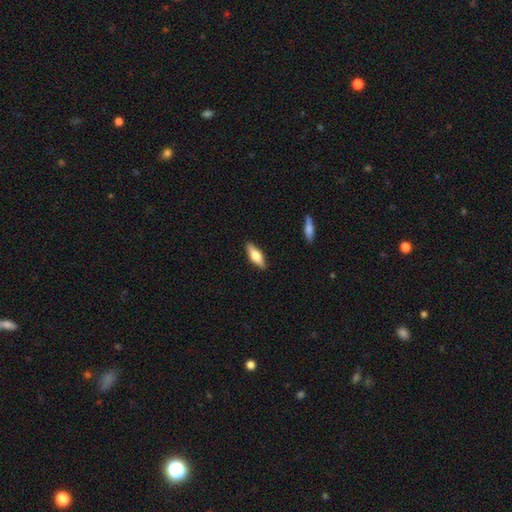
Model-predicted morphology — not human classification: Smooth or featured?
  - smooth: 53% *
  - featured or disk: 41%
  - star or artifact: 6%
How rounded?
  - in between: 55% *
  - cigar-shaped: 42%
  - round: 3%
Merging?
  - none: 89% *
  - minor disturbance: 8%
  - major disturbance: 2%
  - merger: 1%